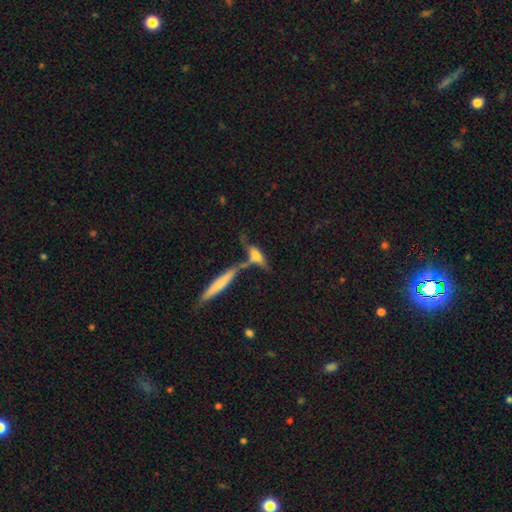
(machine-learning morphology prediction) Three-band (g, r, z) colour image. It shows a smooth galaxy with no disk features (56%) that is cigar-shaped (54%). Merging: none (40%).